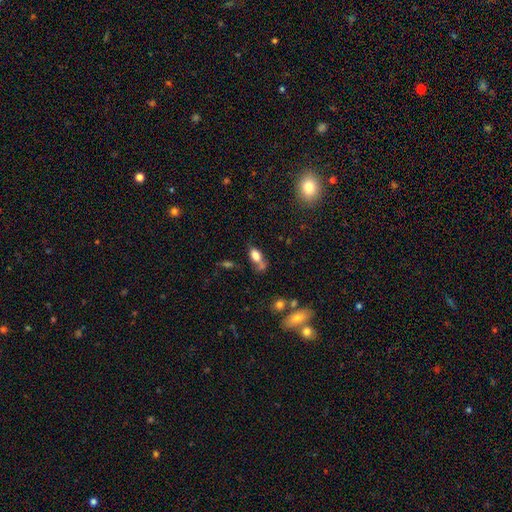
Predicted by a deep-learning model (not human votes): Smooth or featured?
  - smooth: 75% *
  - featured or disk: 14%
  - star or artifact: 11%
How rounded?
  - in between: 85% *
  - cigar-shaped: 8%
  - round: 7%
Merging?
  - none: 43% *
  - merger: 27%
  - minor disturbance: 20%
  - major disturbance: 10%